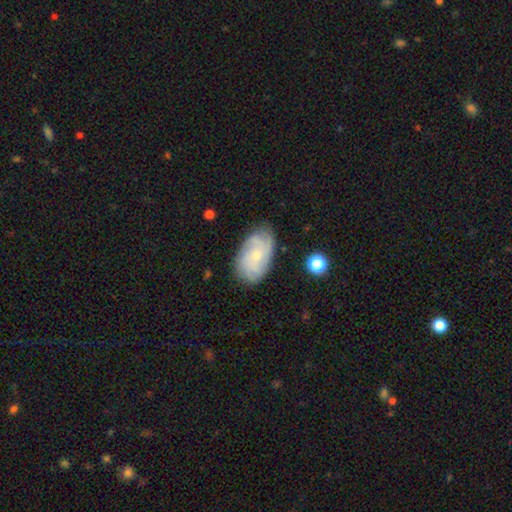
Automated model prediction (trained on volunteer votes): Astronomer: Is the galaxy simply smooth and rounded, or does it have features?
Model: featured or disk — 57% (runner-up: smooth, 35%).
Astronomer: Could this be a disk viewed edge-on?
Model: no — 95%.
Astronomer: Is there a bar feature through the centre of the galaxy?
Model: no — 78%.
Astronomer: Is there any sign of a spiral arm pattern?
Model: yes — 87%.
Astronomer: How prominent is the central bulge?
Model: small — 70%.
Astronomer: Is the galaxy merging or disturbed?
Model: none — 75%.